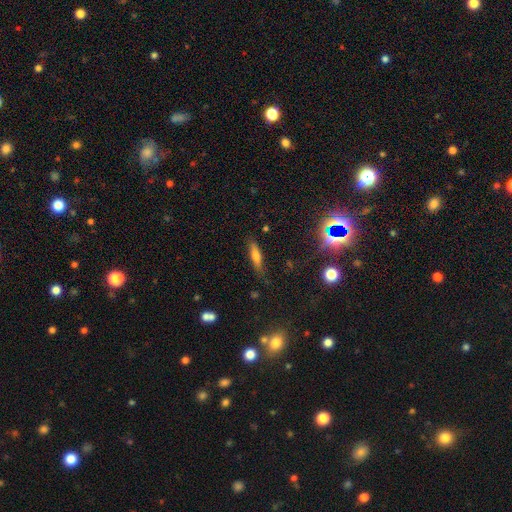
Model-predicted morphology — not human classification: A smooth galaxy with no disk features (60%) that is cigar-shaped (72%). Merging: none (80%).